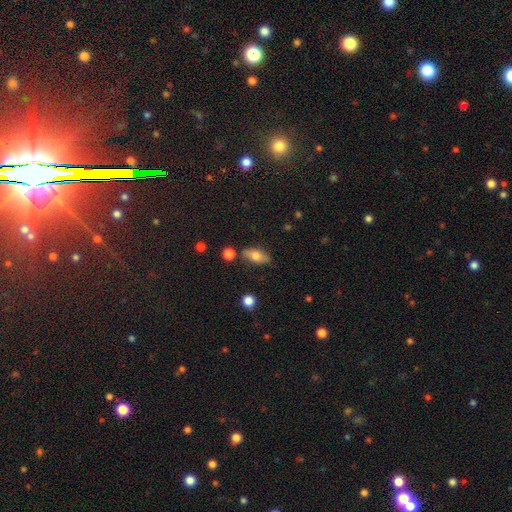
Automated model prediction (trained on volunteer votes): Smooth or featured? Predicted: smooth (p=0.65). How rounded? Predicted: in between (p=0.80). Merging? Predicted: none (p=0.78).